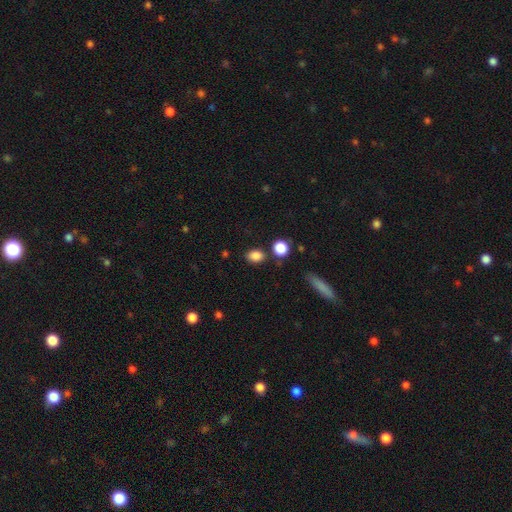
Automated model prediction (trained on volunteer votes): A smooth galaxy with no disk features (85%) that is in between round and cigar-shaped (61%).

Vote fractions:
- Smooth or featured? smooth: 85% / star or artifact: 11% / featured or disk: 4%
- How rounded? in between: 61% / round: 37% / cigar-shaped: 2%
- Merging? none: 77% / minor disturbance: 11% / merger: 8% / major disturbance: 3%